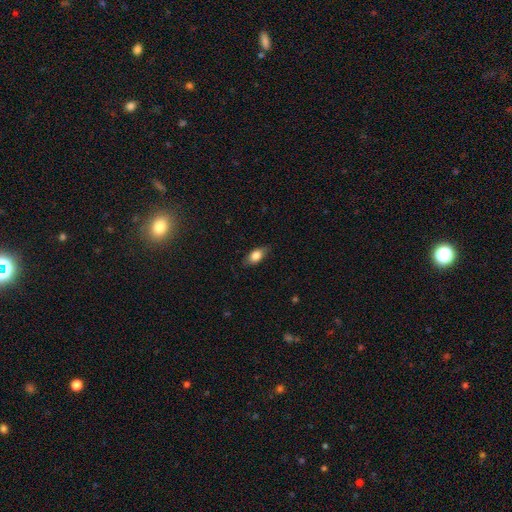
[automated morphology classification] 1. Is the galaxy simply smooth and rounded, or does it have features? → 77% smooth, 15% featured or disk, 7% star or artifact.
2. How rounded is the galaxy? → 84% in between, 9% cigar-shaped, 7% round.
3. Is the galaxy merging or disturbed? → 80% none, 16% minor disturbance, 3% major disturbance, 1% merger.